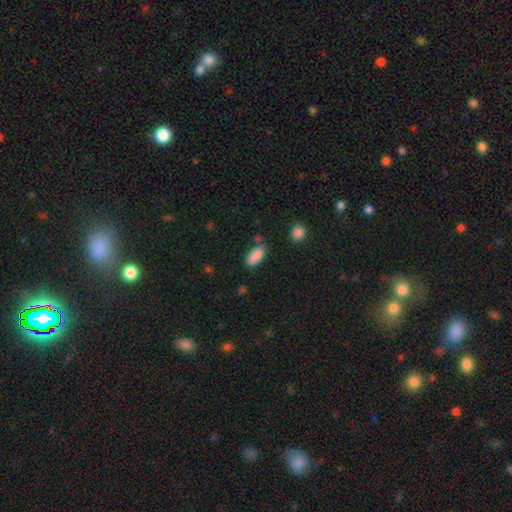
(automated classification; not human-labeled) Q: Smooth or featured?
A: smooth (88%); runner-up: star or artifact (7%)
Q: How rounded?
A: in between (89%); runner-up: cigar-shaped (9%)
Q: Merging?
A: none (77%); runner-up: minor disturbance (14%)